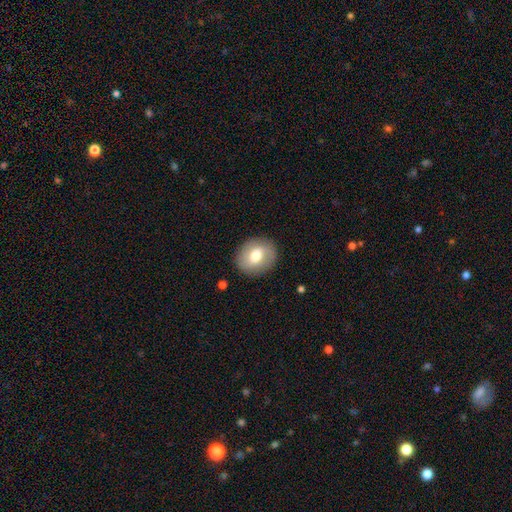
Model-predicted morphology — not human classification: Overall: smooth (66%; featured or disk 27%). How rounded: round (58%; in between 41%). Merging: none (86%).